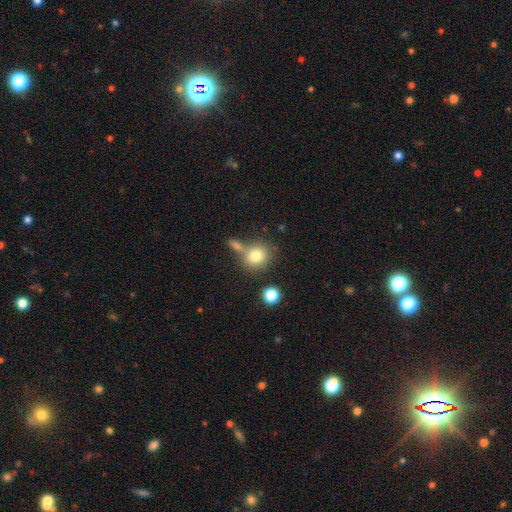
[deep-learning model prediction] Smooth or featured?
  - smooth: 79% *
  - star or artifact: 11%
  - featured or disk: 11%
How rounded?
  - round: 79% *
  - in between: 19%
  - cigar-shaped: 1%
Merging?
  - none: 60% *
  - merger: 23%
  - minor disturbance: 12%
  - major disturbance: 5%